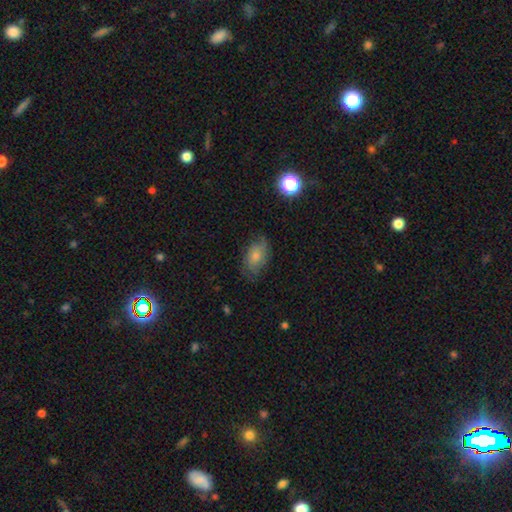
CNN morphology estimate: This is likely a smooth galaxy (65%). How rounded: clearly in between (88%). Merging: likely none (66%).